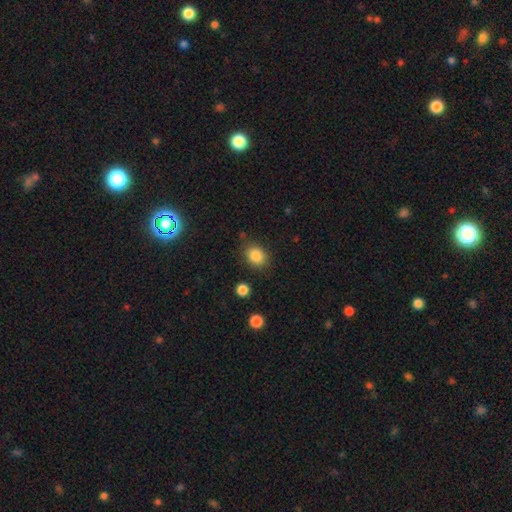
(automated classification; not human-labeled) smooth-or-featured: smooth: 85% | star or artifact: 10% | featured or disk: 5%
  how-rounded: round: 53% | in between: 46% | cigar-shaped: 1%
  merging: none: 81% | minor disturbance: 12% | major disturbance: 4% | merger: 3%